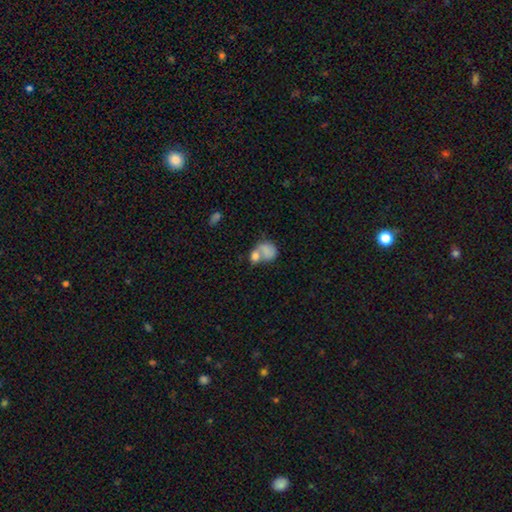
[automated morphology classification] A smooth galaxy with no disk features (73%) that is round (50%).

Vote fractions:
- Smooth or featured? smooth: 73% / featured or disk: 18% / star or artifact: 9%
- How rounded? round: 50% / in between: 49% / cigar-shaped: 1%
- Merging? merger: 59% / none: 21% / major disturbance: 10% / minor disturbance: 10%